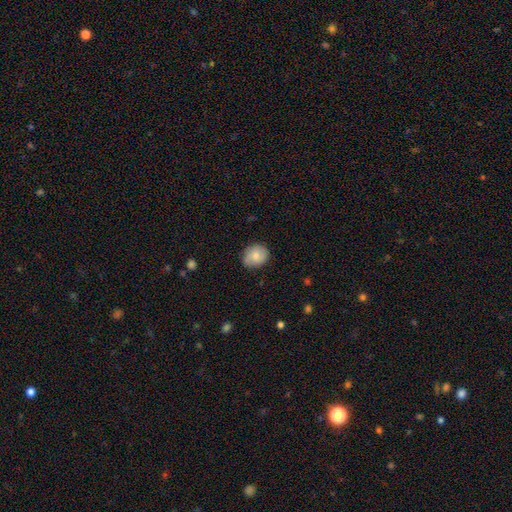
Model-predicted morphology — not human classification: Smooth or featured?
  - smooth: 78% *
  - featured or disk: 15%
  - star or artifact: 7%
How rounded?
  - round: 67% *
  - in between: 32%
  - cigar-shaped: 1%
Merging?
  - none: 80% *
  - minor disturbance: 17%
  - major disturbance: 3%
  - merger: 1%